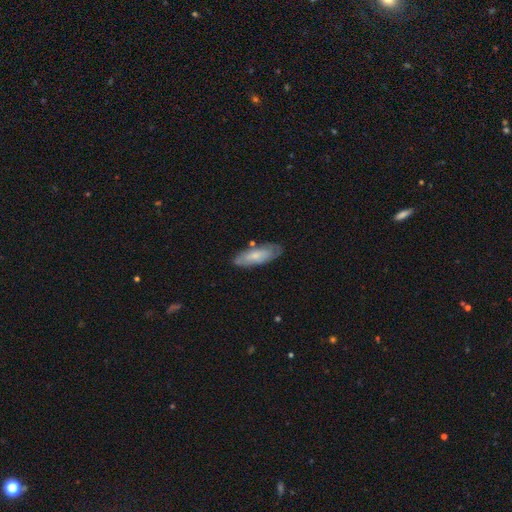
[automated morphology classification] Q: Smooth or featured?
A: smooth (60%); runner-up: featured or disk (34%)
Q: How rounded?
A: in between (64%); runner-up: cigar-shaped (34%)
Q: Merging?
A: none (74%); runner-up: minor disturbance (19%)